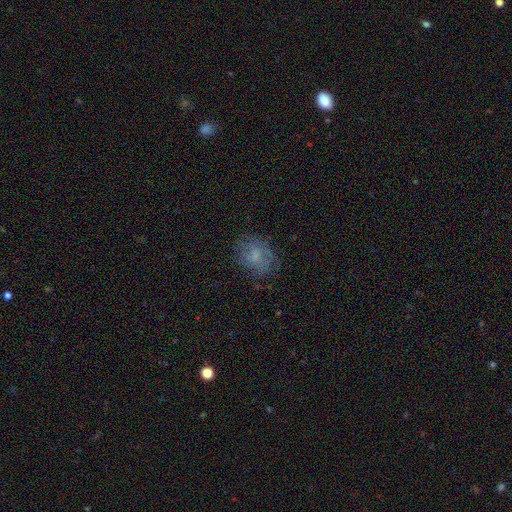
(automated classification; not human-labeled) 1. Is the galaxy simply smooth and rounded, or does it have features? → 56% smooth, 32% featured or disk, 12% star or artifact.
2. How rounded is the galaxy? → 61% in between, 38% round, 1% cigar-shaped.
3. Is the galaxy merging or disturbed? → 64% none, 22% minor disturbance, 13% major disturbance, 1% merger.